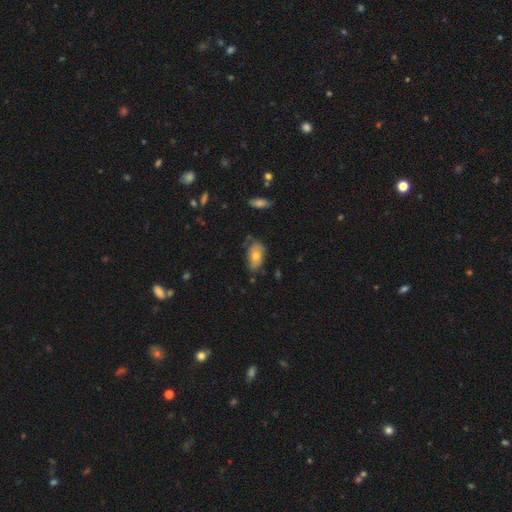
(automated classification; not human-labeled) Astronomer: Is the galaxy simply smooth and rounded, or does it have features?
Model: smooth — 67%.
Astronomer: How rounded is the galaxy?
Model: in between — 90%.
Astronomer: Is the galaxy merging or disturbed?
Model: none — 59%.